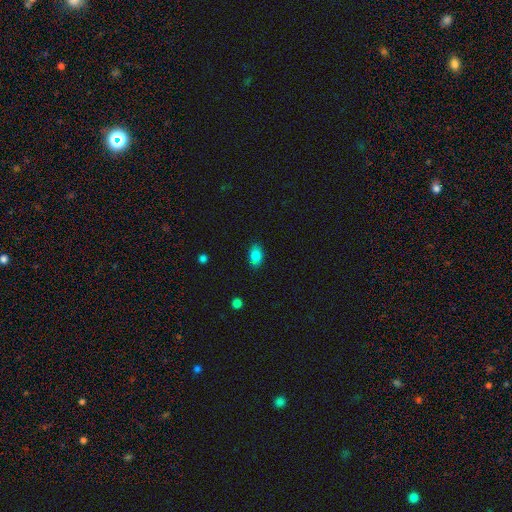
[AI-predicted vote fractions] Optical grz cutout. It shows a smooth galaxy with no disk features (84%) that is in between round and cigar-shaped (89%). Merging: none (83%).